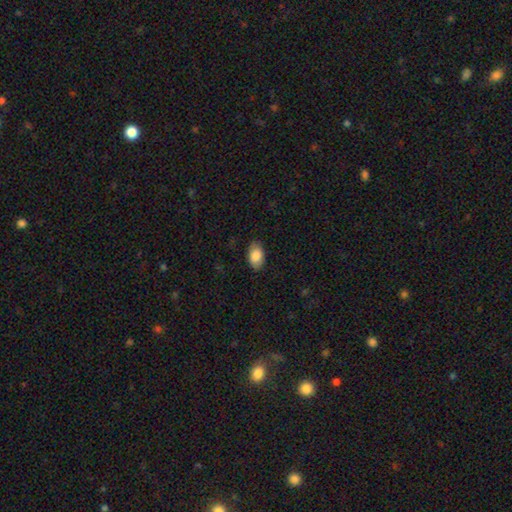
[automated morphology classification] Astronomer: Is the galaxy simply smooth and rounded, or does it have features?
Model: smooth — 86%.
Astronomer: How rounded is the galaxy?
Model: in between — 93%.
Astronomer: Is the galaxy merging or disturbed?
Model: none — 84%.